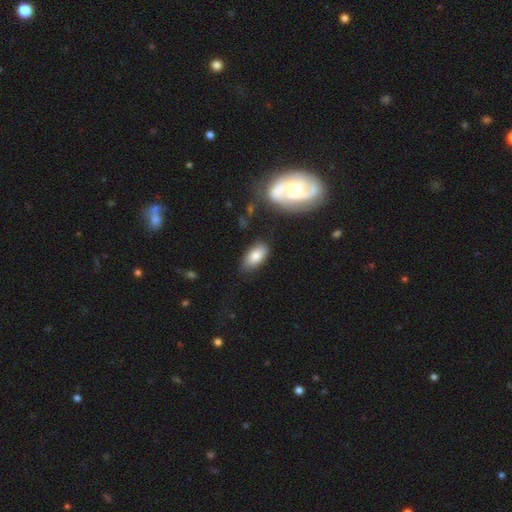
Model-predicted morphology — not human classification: Smooth or featured? Predicted: smooth (p=0.80). How rounded? Predicted: in between (p=0.92). Merging? Predicted: none (p=0.76).